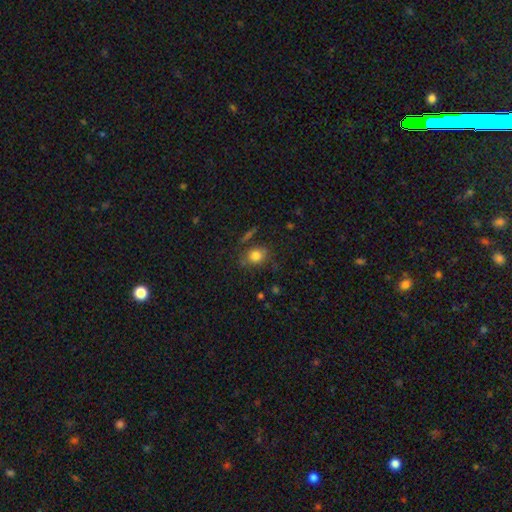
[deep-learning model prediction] A smooth galaxy with no disk features (80%) that is round (52%).

Vote fractions:
- Smooth or featured? smooth: 80% / star or artifact: 11% / featured or disk: 9%
- How rounded? round: 52% / in between: 46% / cigar-shaped: 2%
- Merging? none: 72% / minor disturbance: 18% / major disturbance: 6% / merger: 5%